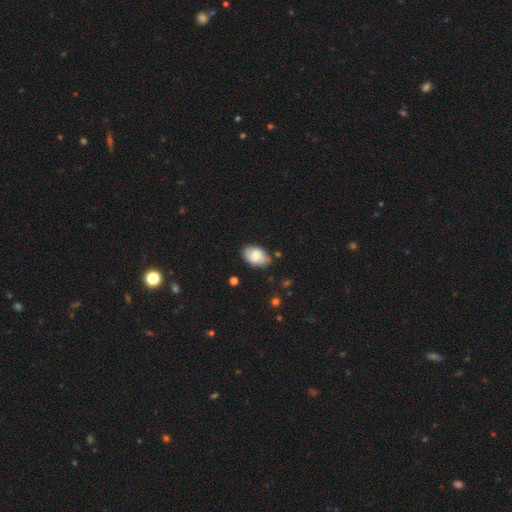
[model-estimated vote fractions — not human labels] Smooth or featured? smooth (61%)
How rounded? in between (87%)
Merging? none (77%)